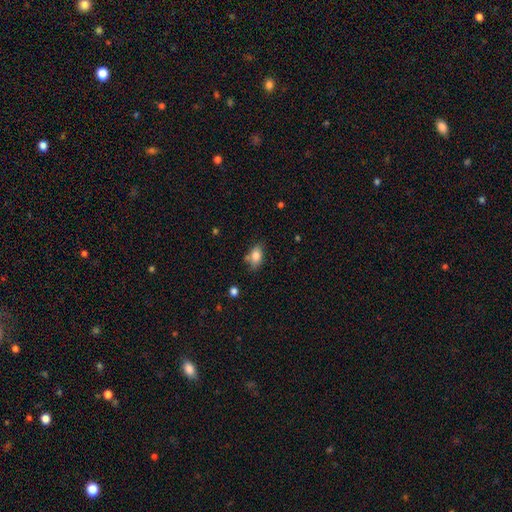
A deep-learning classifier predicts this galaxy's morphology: Smooth or featured? smooth (81%)
How rounded? in between (84%)
Merging? none (64%)